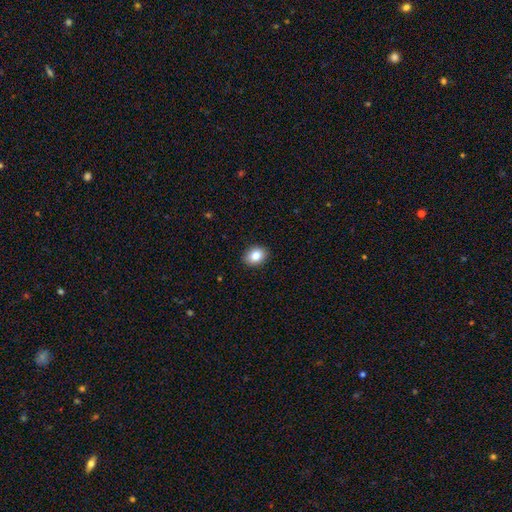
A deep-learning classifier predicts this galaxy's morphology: Smooth or featured?
  - smooth: 86% *
  - star or artifact: 9%
  - featured or disk: 5%
How rounded?
  - in between: 58% *
  - round: 41%
  - cigar-shaped: 1%
Merging?
  - none: 90% *
  - minor disturbance: 7%
  - major disturbance: 2%
  - merger: 1%